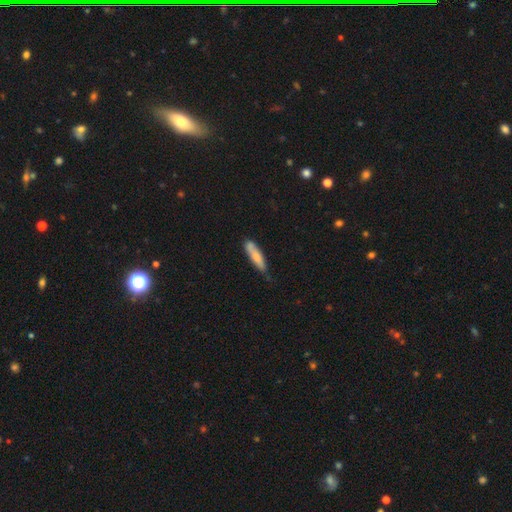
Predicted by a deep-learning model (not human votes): This appears to be a smooth galaxy with no disk features (74%) that is cigar-shaped (78%). Merging: none (62%).